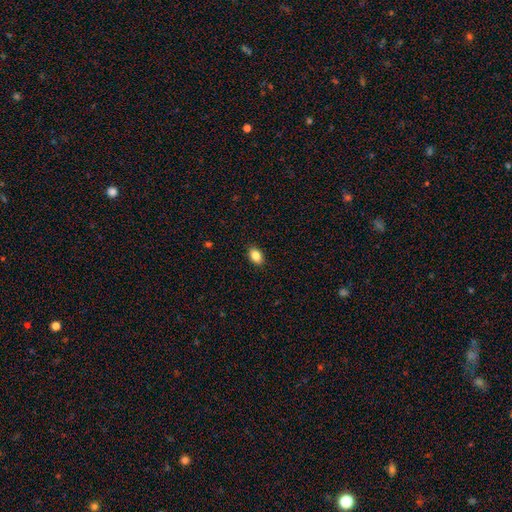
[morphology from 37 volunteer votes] Volunteers were most divided on "merging": none: 83%, minor disturbance: 11%, major disturbance: 3%, merger: 3%. More confident: how rounded — in between (91%); smooth or featured — smooth (86%).